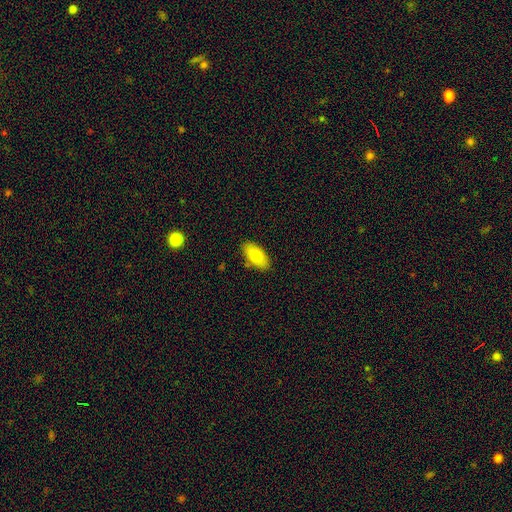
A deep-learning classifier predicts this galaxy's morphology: Smooth or featured: smooth — 75% (featured or disk — 18%)
How rounded: in between — 92% (cigar-shaped — 5%)
Merging: none — 85% (minor disturbance — 11%)